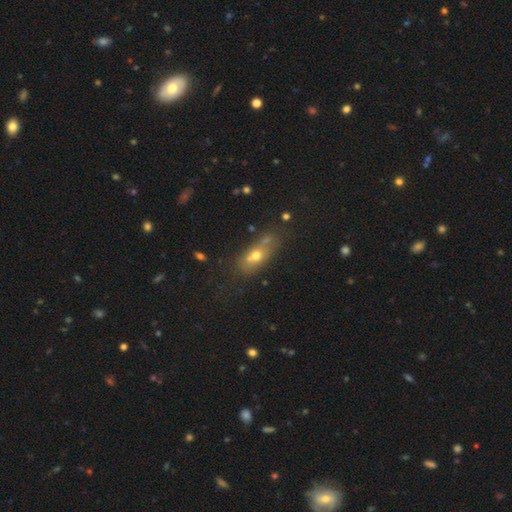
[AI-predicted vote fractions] Morphology: type=smooth (58%); roundness=in between (66%); merging=none (50%).